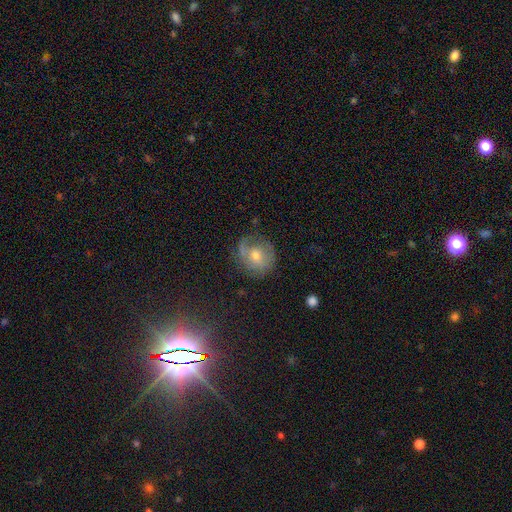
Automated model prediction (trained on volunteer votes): featured or disk 50%, smooth 39%, star or artifact 11%. Down the decision tree: edge-on disk — no (96%); merging — none (61%).